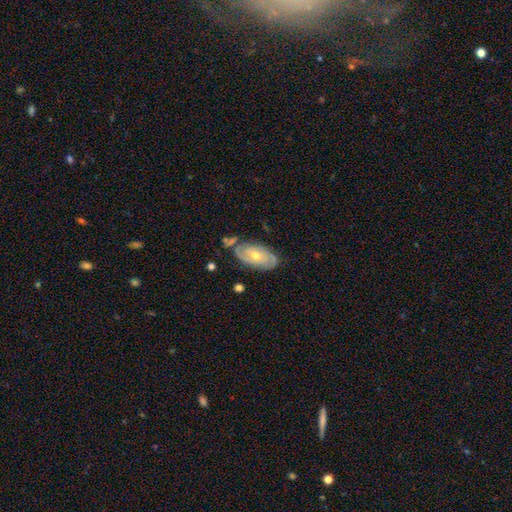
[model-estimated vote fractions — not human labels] A featured or disk galaxy (76%) with no bar (72%), 2 (47%) tight (65%) spiral arms (87%) and a moderate central bulge (58%).

Vote fractions:
- Smooth or featured? featured or disk: 76% / smooth: 18% / star or artifact: 7%
- Edge-on disk? no: 93% / yes: 7%
- Bar? no: 72% / weak: 22% / strong: 6%
- Spiral arms? yes: 87% / no: 13%
- Spiral winding? tight: 65% / medium: 26% / loose: 8%
- Spiral arm count? 2: 47% / can't tell: 31% / 3: 10% / 1: 5% / 4: 4% / more than 4: 3%
- Bulge size? moderate: 58% / small: 38% / large: 2% / none: 1% / dominant: 1%
- Merging? none: 68% / minor disturbance: 20% / major disturbance: 6% / merger: 6%